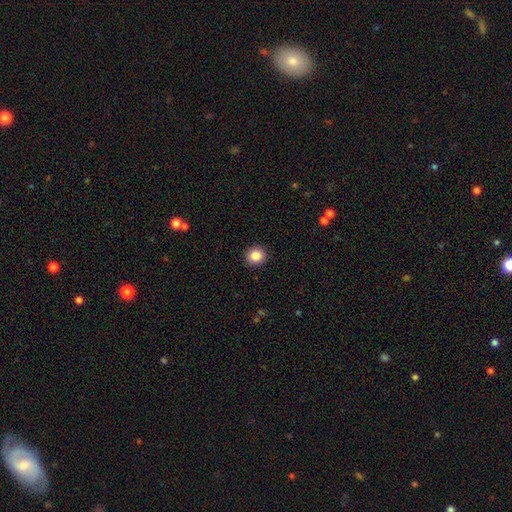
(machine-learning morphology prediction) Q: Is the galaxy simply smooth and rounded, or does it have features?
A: smooth — 86%.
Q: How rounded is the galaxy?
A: round — 90%.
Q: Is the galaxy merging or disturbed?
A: none — 92%.